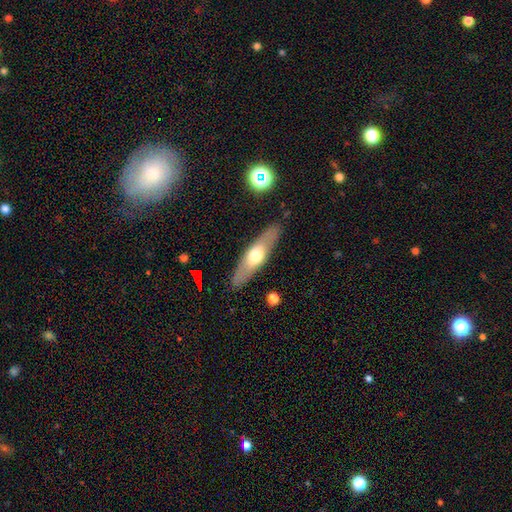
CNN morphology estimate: A smooth galaxy with no disk features (49%).

Vote fractions:
- Smooth or featured? smooth: 49% / featured or disk: 45% / star or artifact: 6%
- Merging? none: 88% / minor disturbance: 8% / major disturbance: 2% / merger: 2%